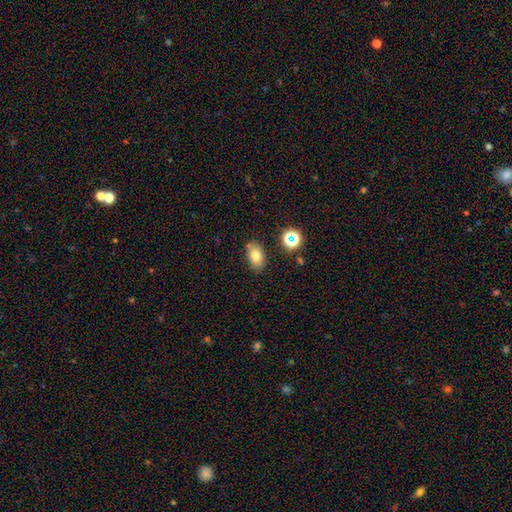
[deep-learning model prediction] This is likely a smooth galaxy (75%). How rounded: clearly in between (86%). Merging: likely none (78%).